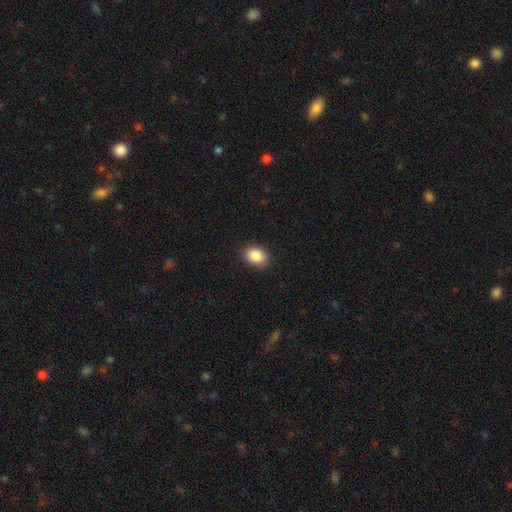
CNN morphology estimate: A smooth galaxy with no disk features (88%) that is in between round and cigar-shaped (75%). Merging: none (88%).